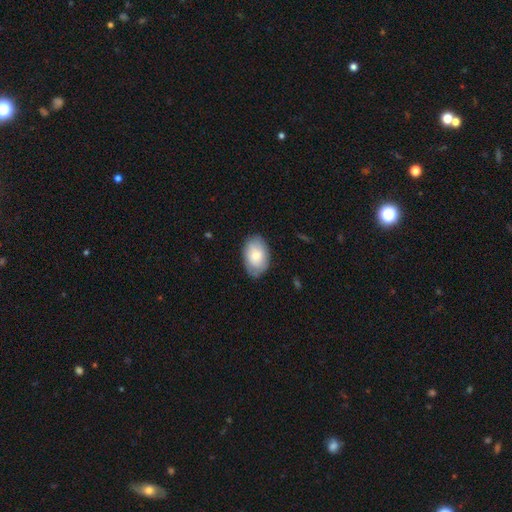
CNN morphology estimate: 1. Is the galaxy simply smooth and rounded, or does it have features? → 77% smooth, 17% featured or disk, 6% star or artifact.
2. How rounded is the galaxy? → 90% in between, 9% round, 1% cigar-shaped.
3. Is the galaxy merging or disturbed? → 78% none, 17% minor disturbance, 3% major disturbance, 1% merger.